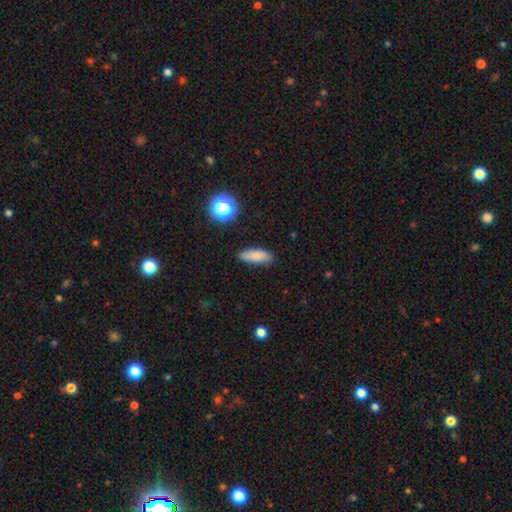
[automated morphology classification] Smooth or featured? Predicted: smooth (p=0.82). How rounded? Predicted: in between (p=0.52). Merging? Predicted: none (p=0.84).